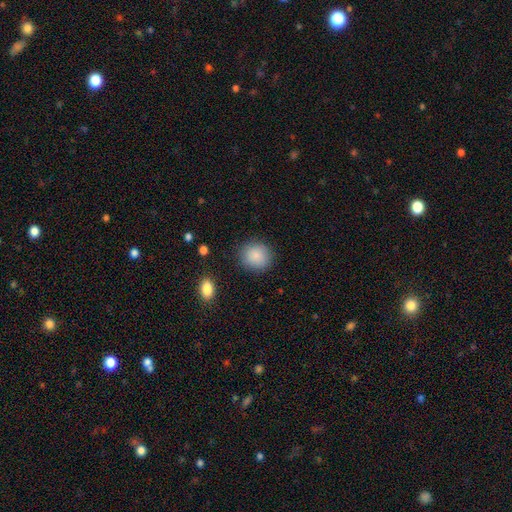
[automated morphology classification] Smooth or featured? Predicted: smooth (p=0.87). How rounded? Predicted: round (p=0.85). Merging? Predicted: none (p=0.87).